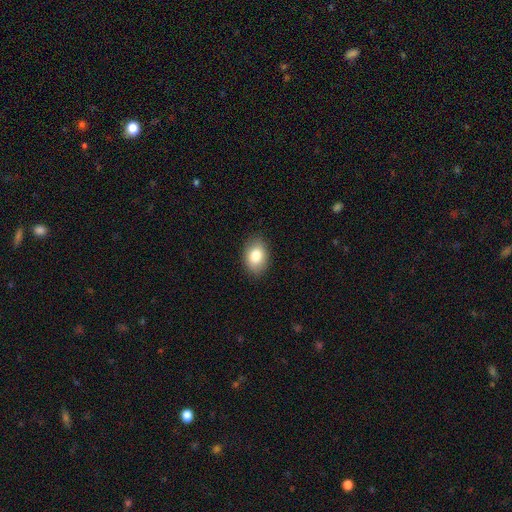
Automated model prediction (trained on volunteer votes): A smooth galaxy with no disk features (82%) that is in between round and cigar-shaped (81%).

Vote fractions:
- Smooth or featured? smooth: 82% / featured or disk: 10% / star or artifact: 8%
- How rounded? in between: 81% / round: 18% / cigar-shaped: 1%
- Merging? none: 87% / minor disturbance: 9% / major disturbance: 2% / merger: 1%